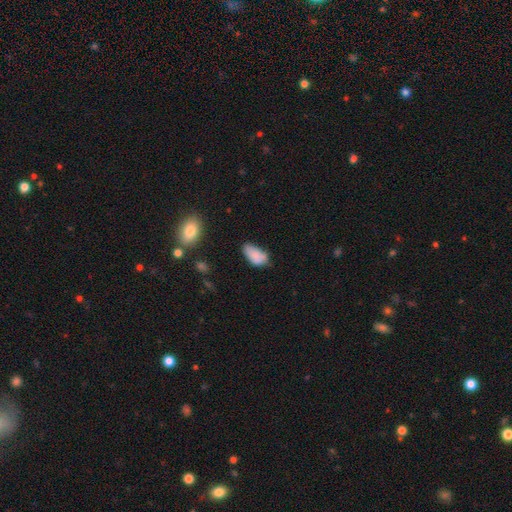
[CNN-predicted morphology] smooth 81%, featured or disk 10%, star or artifact 9%. Down the decision tree: how rounded — in between (93%); merging — none (46%).